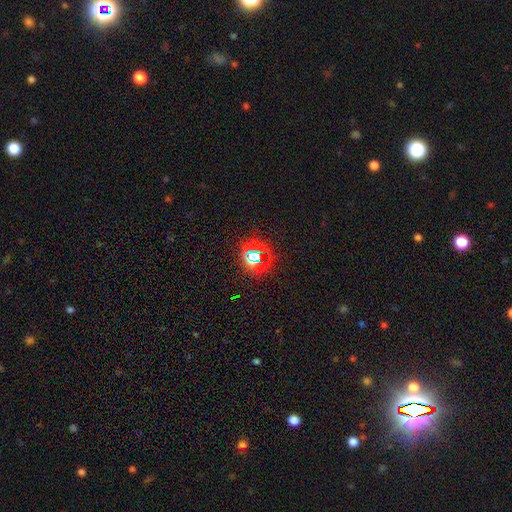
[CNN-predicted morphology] Smooth or featured: star or artifact — 72% (smooth — 18%)